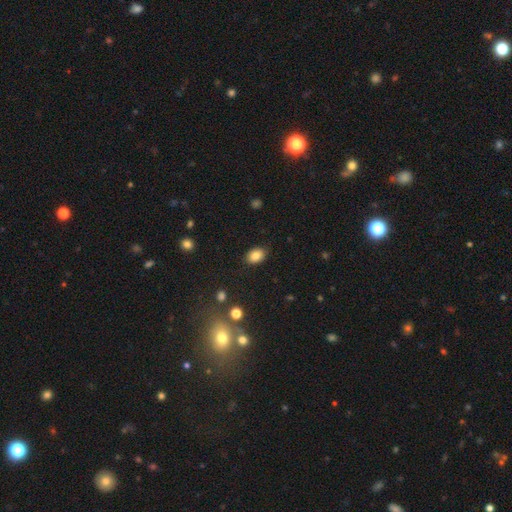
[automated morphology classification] smooth 84%, star or artifact 10%, featured or disk 6%. Down the decision tree: how rounded — in between (72%); merging — none (87%).